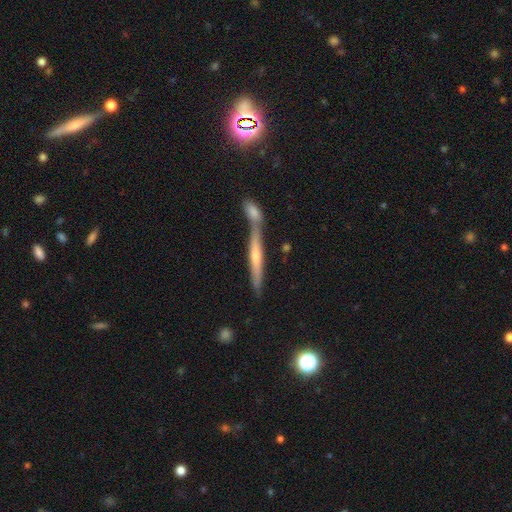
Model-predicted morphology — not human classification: Smooth or featured? Predicted: featured or disk (p=0.56). Edge-on disk? Predicted: yes (p=0.92). Edge-on bulge? Predicted: rounded (p=0.56). Merging? Predicted: none (p=0.55).